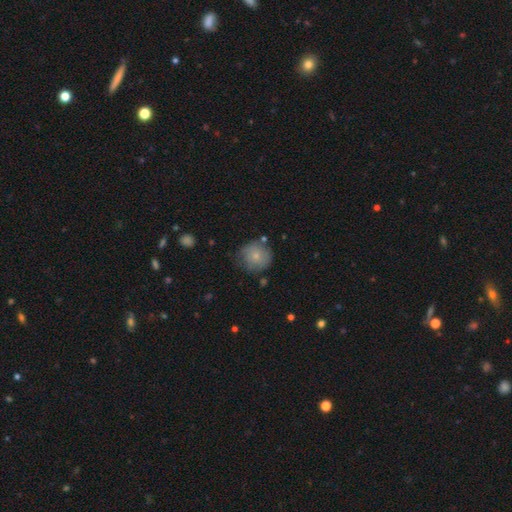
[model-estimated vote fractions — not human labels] Q: Smooth or featured?
A: smooth (76%); runner-up: featured or disk (16%)
Q: How rounded?
A: round (92%); runner-up: in between (7%)
Q: Merging?
A: none (68%); runner-up: minor disturbance (23%)